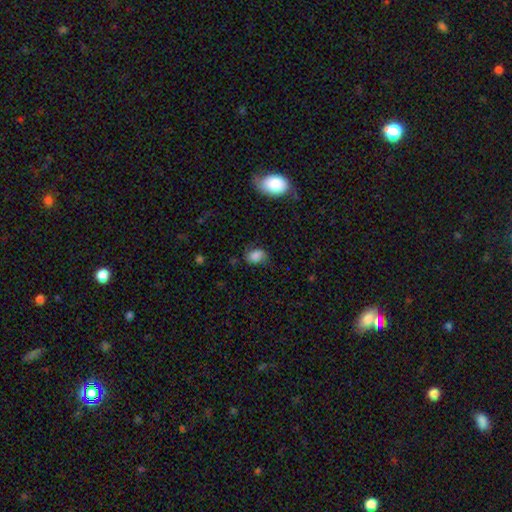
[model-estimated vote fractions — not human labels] Smooth or featured? Predicted: smooth (p=0.84). How rounded? Predicted: in between (p=0.76). Merging? Predicted: none (p=0.67).